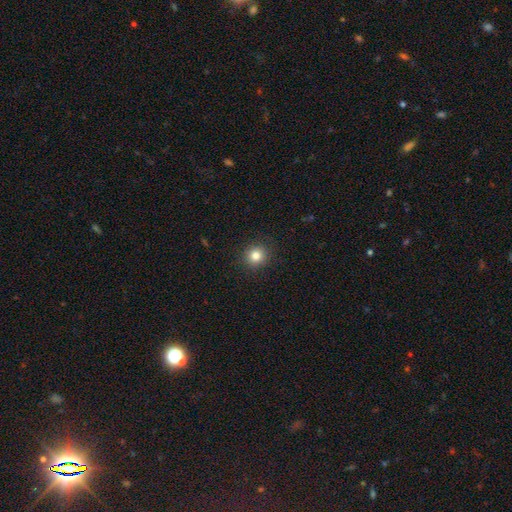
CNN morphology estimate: type=smooth (82%); roundness=round (91%); merging=none (91%).